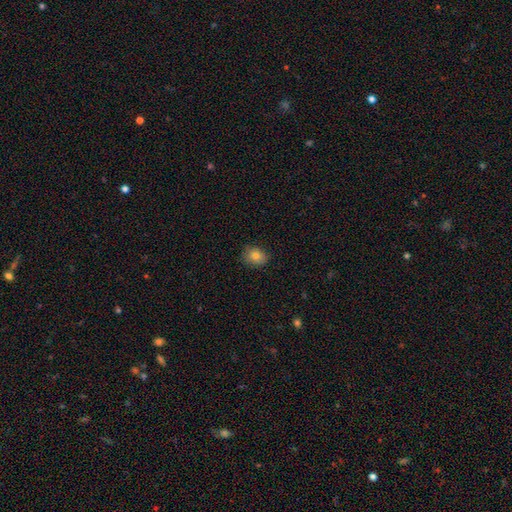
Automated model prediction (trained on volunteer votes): smooth 80%, star or artifact 10%, featured or disk 10%. Down the decision tree: how rounded — in between (58%); merging — none (82%).